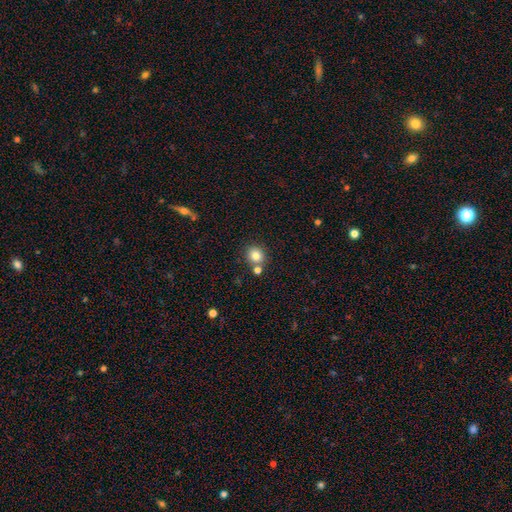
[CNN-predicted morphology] Q: Smooth or featured?
A: smooth (83%); runner-up: star or artifact (11%)
Q: How rounded?
A: round (85%); runner-up: in between (14%)
Q: Merging?
A: none (74%); runner-up: merger (15%)